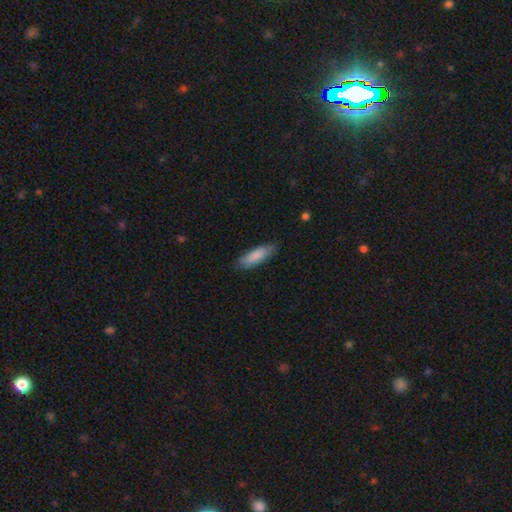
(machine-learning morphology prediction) type=smooth (84%); roundness=in between (56%); merging=none (78%).